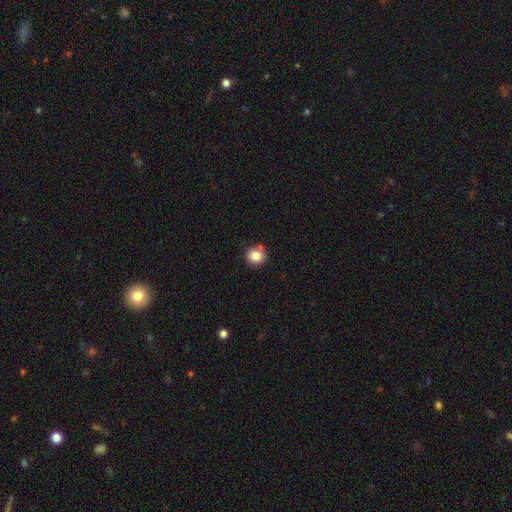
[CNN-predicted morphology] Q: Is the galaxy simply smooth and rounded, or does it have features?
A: smooth — 85%.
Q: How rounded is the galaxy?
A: round — 92%.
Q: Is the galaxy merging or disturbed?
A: none — 81%.